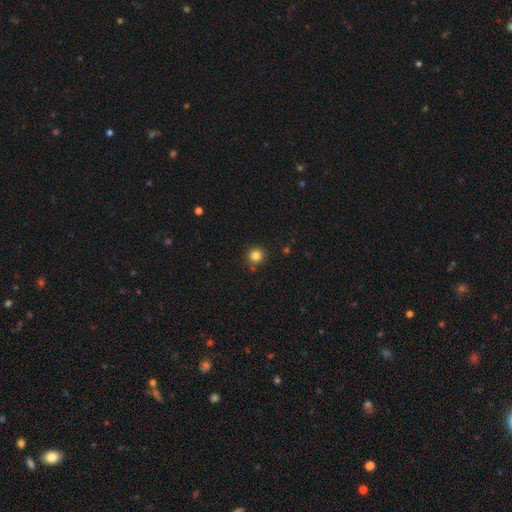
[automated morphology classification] smooth 83%, star or artifact 12%, featured or disk 4%. Down the decision tree: how rounded — round (94%); merging — none (86%).